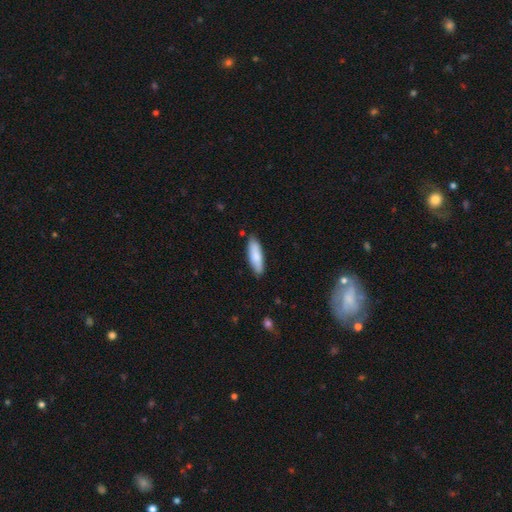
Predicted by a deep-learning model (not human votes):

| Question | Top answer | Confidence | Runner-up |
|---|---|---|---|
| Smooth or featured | smooth | 82% | featured or disk (13%) |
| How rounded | cigar-shaped | 52% | in between (47%) |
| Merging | none | 86% | minor disturbance (11%) |